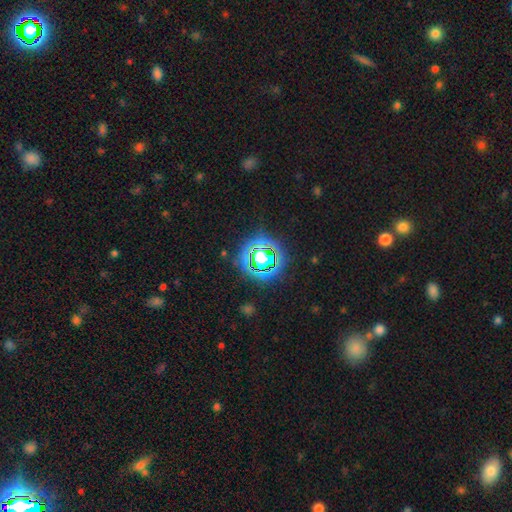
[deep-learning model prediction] Smooth or featured?
  - star or artifact: 73% *
  - smooth: 18%
  - featured or disk: 9%